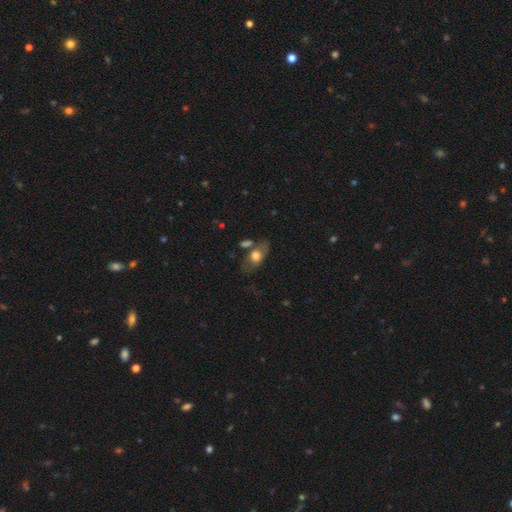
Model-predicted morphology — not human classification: smooth 66%, featured or disk 26%, star or artifact 8%. Down the decision tree: how rounded — in between (83%); merging — none (58%).